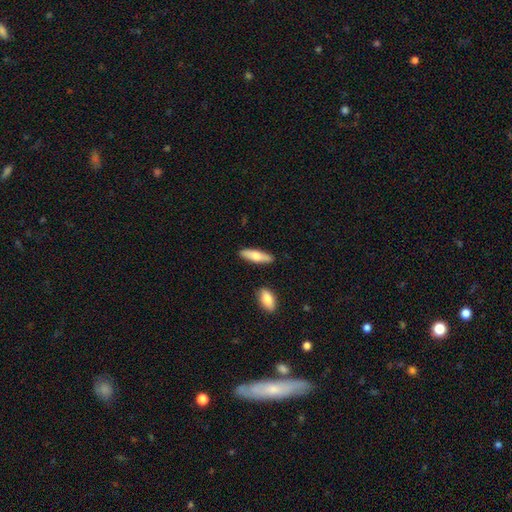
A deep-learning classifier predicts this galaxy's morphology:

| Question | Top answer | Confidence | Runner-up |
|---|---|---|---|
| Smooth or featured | smooth | 70% | featured or disk (24%) |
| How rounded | cigar-shaped | 56% | in between (42%) |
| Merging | none | 86% | minor disturbance (9%) |